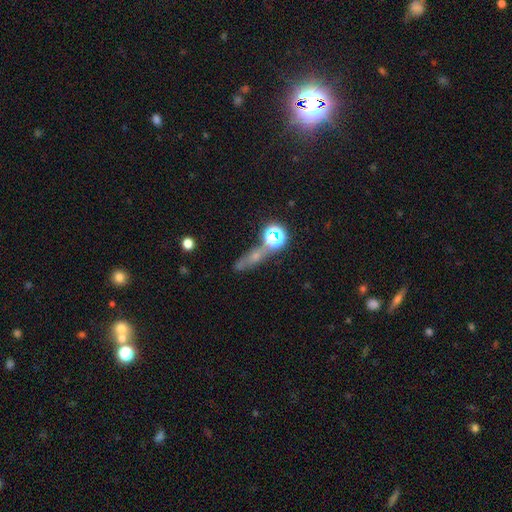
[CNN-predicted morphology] Smooth or featured? star or artifact (43%)